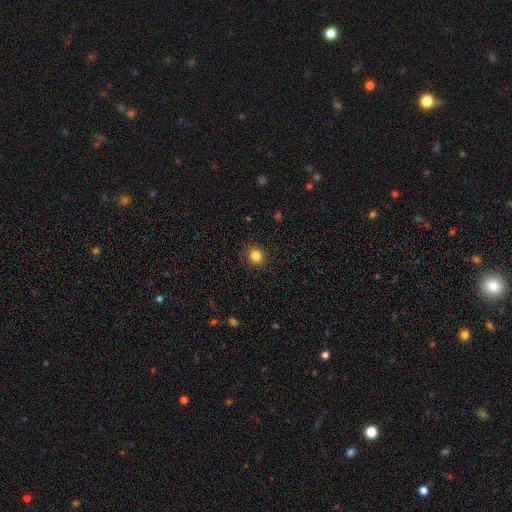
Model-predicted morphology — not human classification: A smooth galaxy with no disk features (84%) that is round (83%). Merging: none (90%).